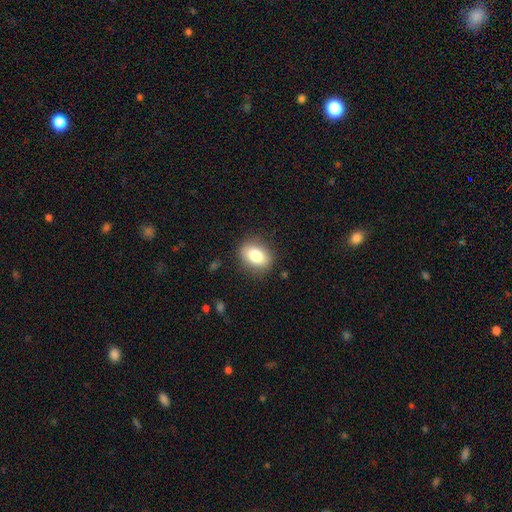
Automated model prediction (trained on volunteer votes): A smooth galaxy with no disk features (79%) that is in between round and cigar-shaped (67%). Merging: none (86%).